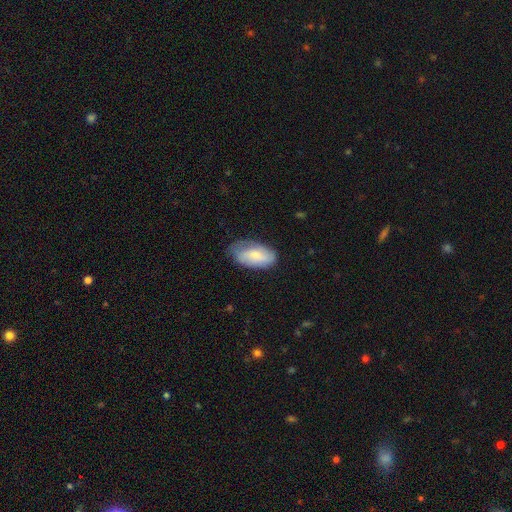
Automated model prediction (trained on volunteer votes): A smooth galaxy with no disk features (68%) that is in between round and cigar-shaped (93%).

Vote fractions:
- Smooth or featured? smooth: 68% / featured or disk: 25% / star or artifact: 6%
- How rounded? in between: 93% / cigar-shaped: 4% / round: 3%
- Merging? none: 58% / minor disturbance: 32% / major disturbance: 9% / merger: 2%